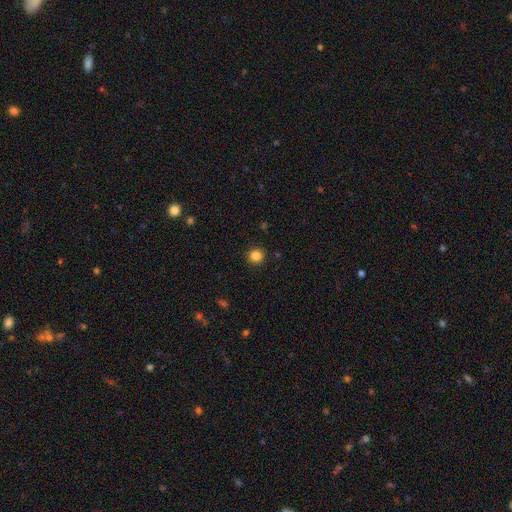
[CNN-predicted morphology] This is clearly a smooth galaxy (85%). How rounded: clearly round (93%). Merging: clearly none (92%).